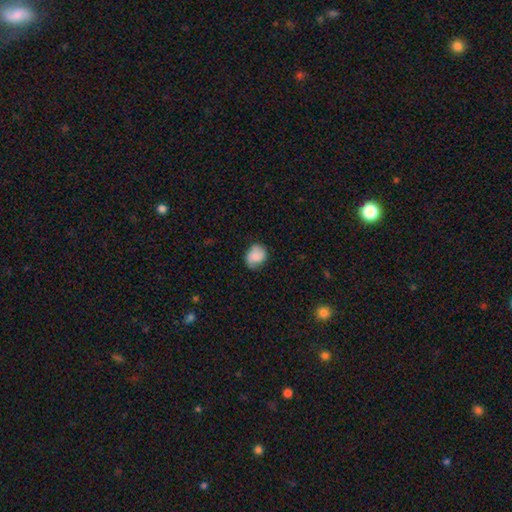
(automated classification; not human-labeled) smooth_or_featured: smooth (p=0.77) [alt: featured or disk p=0.15]
how_rounded: round (p=0.58) [alt: in between p=0.41]
merging: none (p=0.63) [alt: minor disturbance p=0.27]